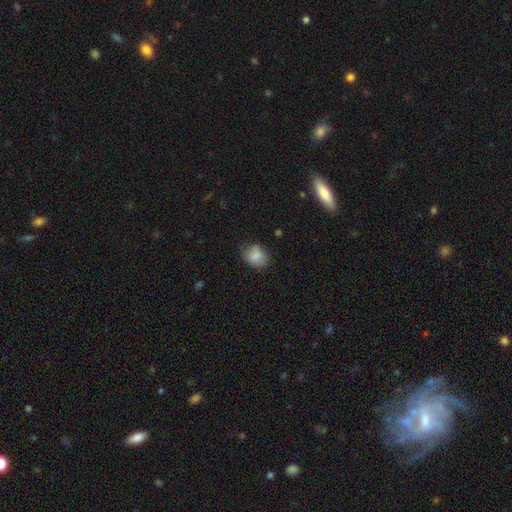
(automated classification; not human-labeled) Morphology: type=smooth (86%); roundness=round (51%); merging=none (74%).